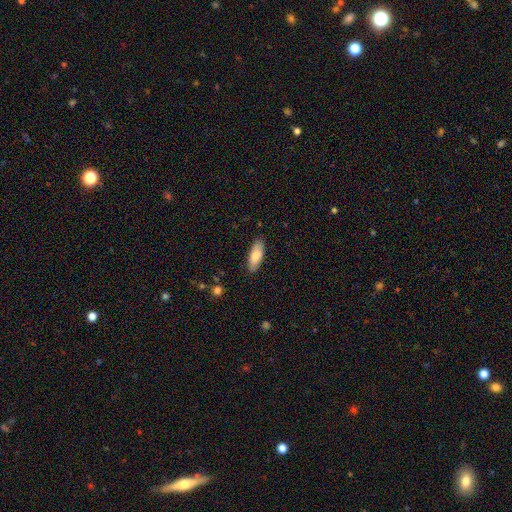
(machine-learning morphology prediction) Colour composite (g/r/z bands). It shows a smooth galaxy with no disk features (80%) that is in between round and cigar-shaped (74%). Merging: none (87%).